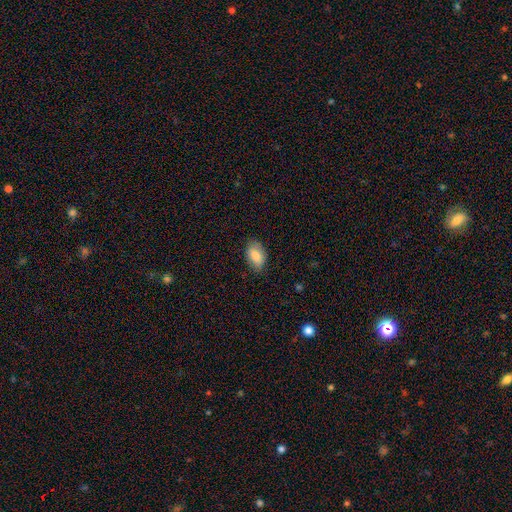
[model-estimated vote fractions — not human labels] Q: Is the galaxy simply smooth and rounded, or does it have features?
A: smooth — 81%.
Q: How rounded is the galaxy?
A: in between — 91%.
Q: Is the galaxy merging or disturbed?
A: none — 80%.